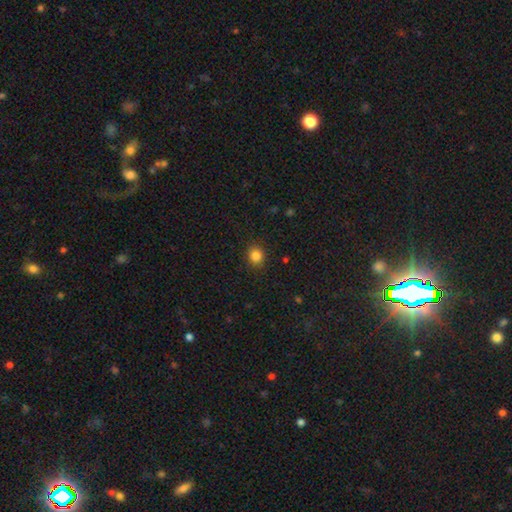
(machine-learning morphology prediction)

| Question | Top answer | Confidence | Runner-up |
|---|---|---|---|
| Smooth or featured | smooth | 85% | star or artifact (11%) |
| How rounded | round | 70% | in between (29%) |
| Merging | none | 89% | minor disturbance (8%) |